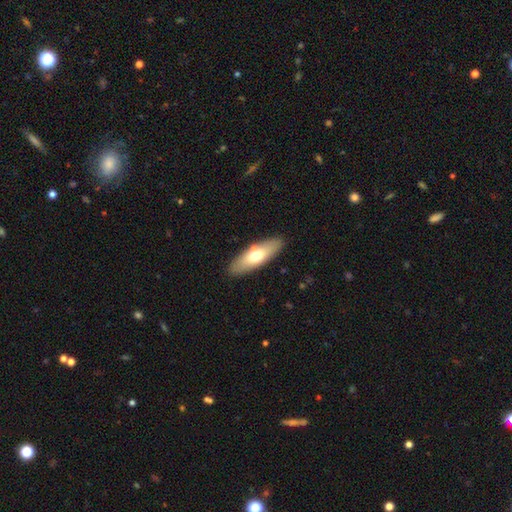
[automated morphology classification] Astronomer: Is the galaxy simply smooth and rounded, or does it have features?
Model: smooth — 63%.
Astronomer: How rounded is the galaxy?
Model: in between — 60% (runner-up: cigar-shaped, 37%).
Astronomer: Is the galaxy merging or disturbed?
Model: none — 84%.